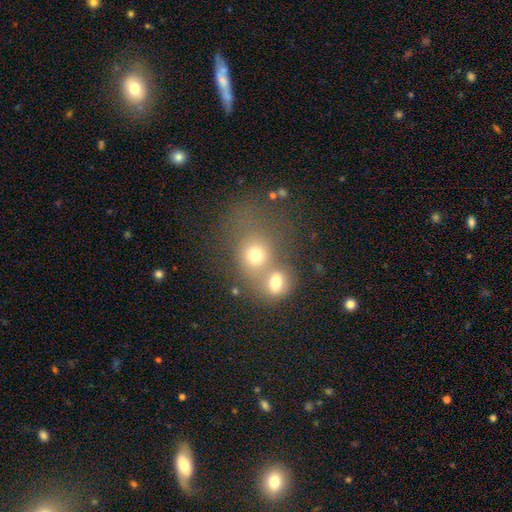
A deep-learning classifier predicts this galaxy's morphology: This appears to be a smooth galaxy with no disk features (64%) that is round (68%). Merging: merger (65%).